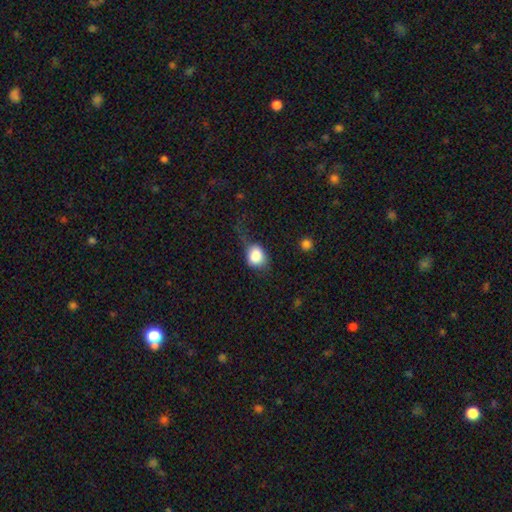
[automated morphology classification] This is clearly a smooth galaxy (84%). How rounded: possibly round (56%). Merging: marginally none (37%).